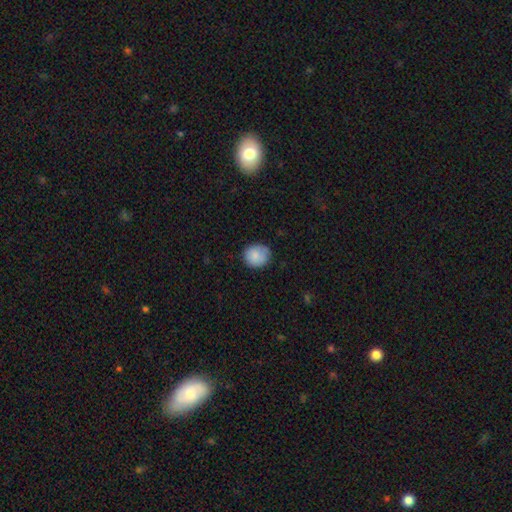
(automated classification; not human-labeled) Smooth or featured?
  - smooth: 85% *
  - featured or disk: 8%
  - star or artifact: 7%
How rounded?
  - round: 83% *
  - in between: 16%
  - cigar-shaped: 1%
Merging?
  - none: 80% *
  - minor disturbance: 16%
  - major disturbance: 3%
  - merger: 1%